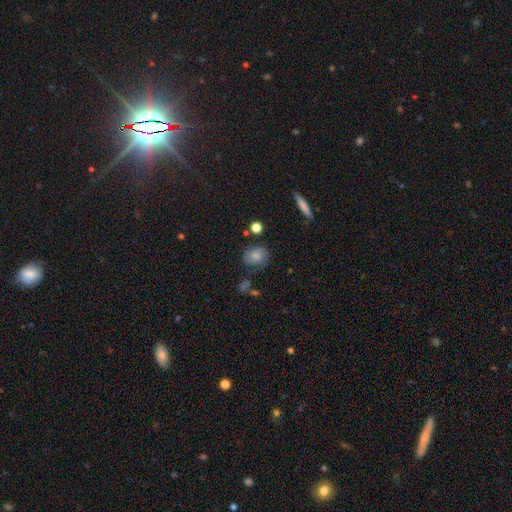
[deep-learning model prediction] The model was most divided on "smooth or featured": smooth: 51%, featured or disk: 38%, star or artifact: 11%. More confident: merging — none (68%); how rounded — round (62%).